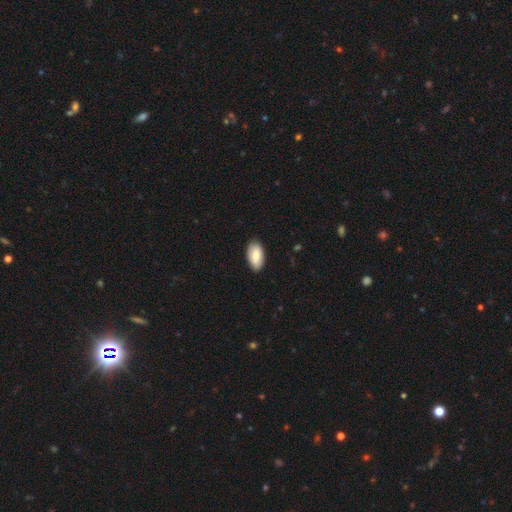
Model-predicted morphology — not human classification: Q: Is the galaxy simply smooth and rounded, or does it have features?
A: smooth — 81%.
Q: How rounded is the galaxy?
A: in between — 95%.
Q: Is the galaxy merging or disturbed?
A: none — 86%.